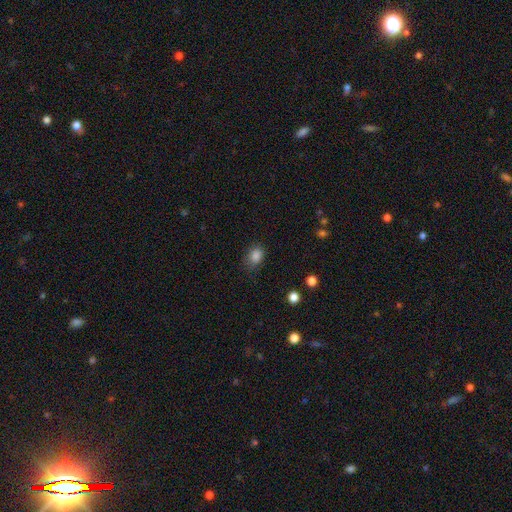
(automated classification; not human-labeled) A smooth galaxy with no disk features (85%) that is in between round and cigar-shaped (73%).

Vote fractions:
- Smooth or featured? smooth: 85% / star or artifact: 11% / featured or disk: 5%
- How rounded? in between: 73% / round: 26% / cigar-shaped: 1%
- Merging? none: 74% / minor disturbance: 20% / major disturbance: 5% / merger: 1%